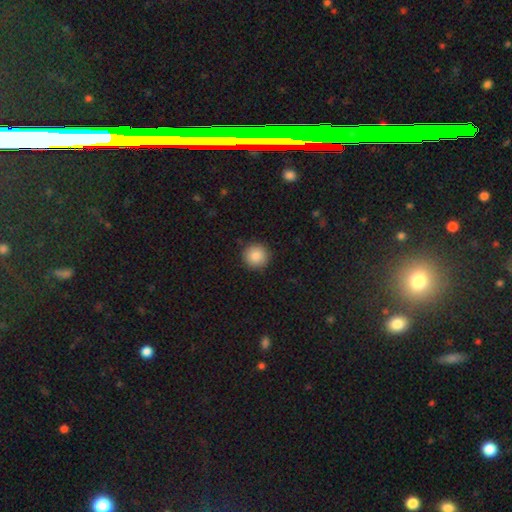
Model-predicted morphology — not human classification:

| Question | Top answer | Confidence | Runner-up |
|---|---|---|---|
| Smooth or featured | smooth | 87% | star or artifact (9%) |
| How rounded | round | 95% | in between (4%) |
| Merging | none | 91% | minor disturbance (6%) |